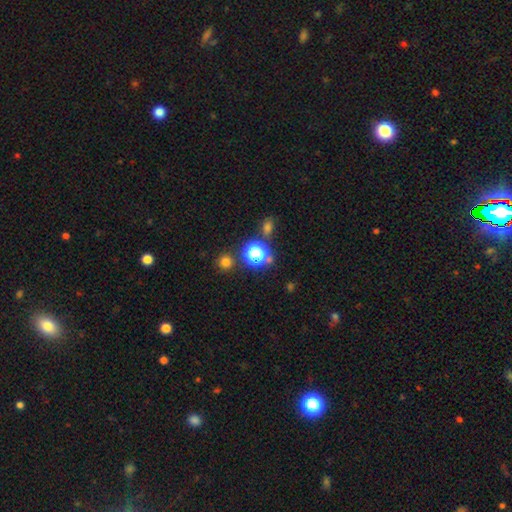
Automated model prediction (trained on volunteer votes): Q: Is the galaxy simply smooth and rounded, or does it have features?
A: smooth — 48%.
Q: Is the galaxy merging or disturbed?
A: none — 73%.